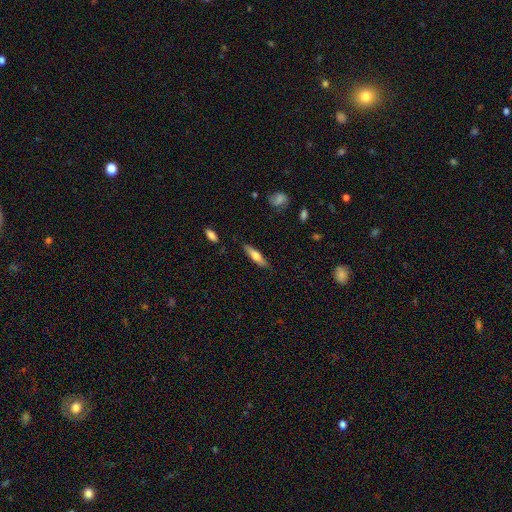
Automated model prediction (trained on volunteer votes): smooth 61%, featured or disk 33%, star or artifact 6%. Down the decision tree: how rounded — cigar-shaped (75%); merging — none (84%).